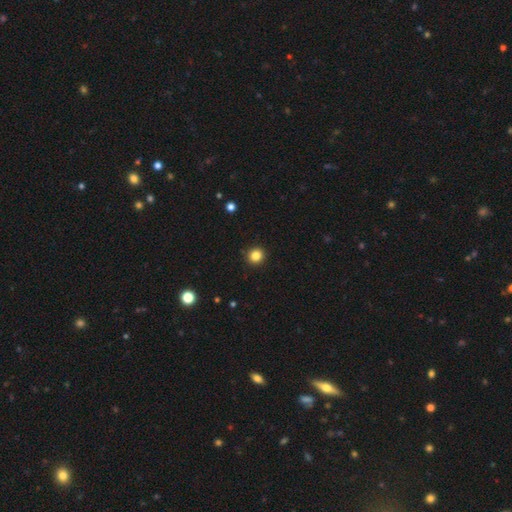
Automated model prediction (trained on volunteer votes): A smooth galaxy with no disk features (84%) that is round (92%).

Vote fractions:
- Smooth or featured? smooth: 84% / star or artifact: 12% / featured or disk: 4%
- How rounded? round: 92% / in between: 7% / cigar-shaped: 1%
- Merging? none: 92% / minor disturbance: 5% / major disturbance: 2% / merger: 1%